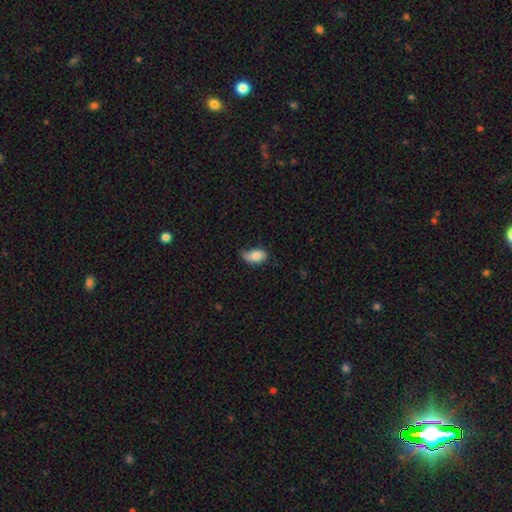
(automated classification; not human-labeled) smooth 78%, featured or disk 15%, star or artifact 7%. Down the decision tree: how rounded — in between (91%); merging — none (47%).